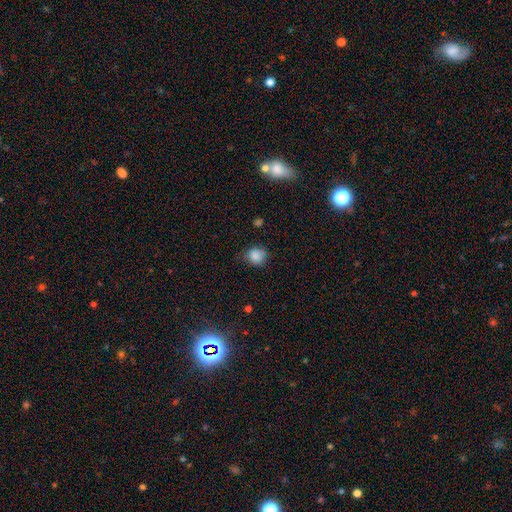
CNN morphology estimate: Smooth or featured? Predicted: smooth (p=0.85). How rounded? Predicted: round (p=0.79). Merging? Predicted: none (p=0.64).